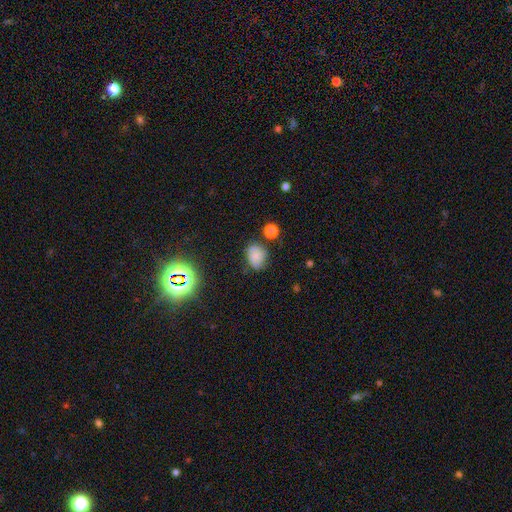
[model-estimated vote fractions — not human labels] This appears to be a smooth galaxy with no disk features (71%) that is in between round and cigar-shaped (61%). Merging: none (62%).